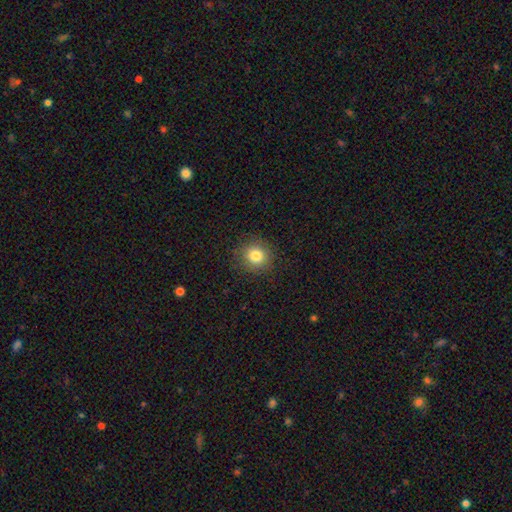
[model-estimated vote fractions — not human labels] Q: Smooth or featured?
A: smooth (82%); runner-up: star or artifact (11%)
Q: How rounded?
A: round (89%); runner-up: in between (10%)
Q: Merging?
A: none (88%); runner-up: minor disturbance (8%)